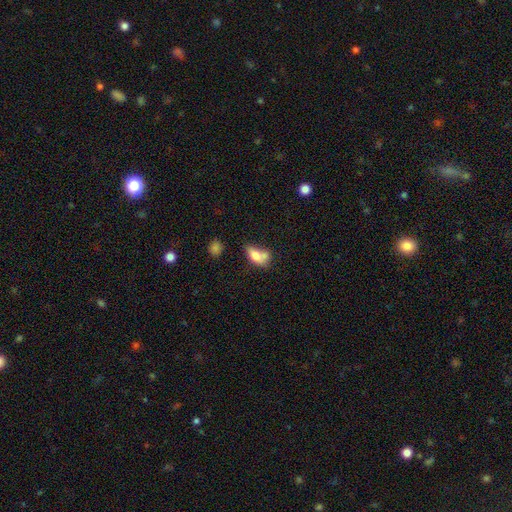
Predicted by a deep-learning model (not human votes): Smooth or featured? Predicted: smooth (p=0.72). How rounded? Predicted: in between (p=0.83). Merging? Predicted: merger (p=0.35).